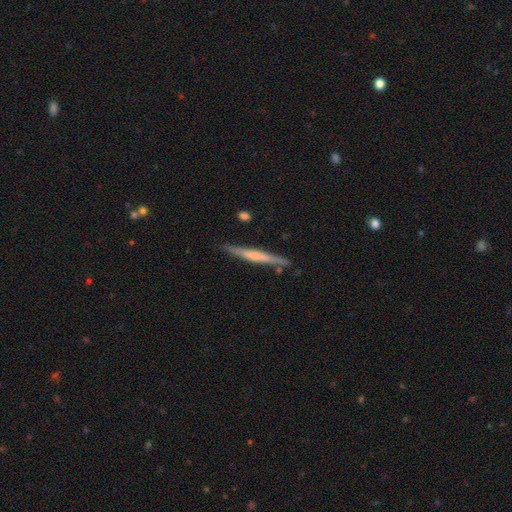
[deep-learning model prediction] A featured or disk galaxy (54%) viewed edge-on (96%) with no central bulge (52%). Merging: none (84%).